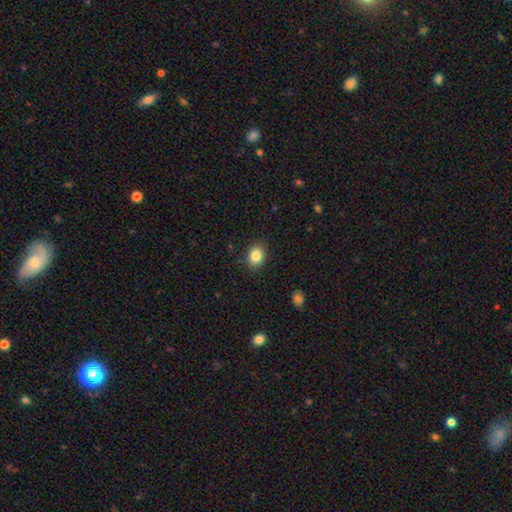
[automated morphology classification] smooth-or-featured: smooth: 85% | star or artifact: 9% | featured or disk: 6%
  how-rounded: in between: 60% | round: 39% | cigar-shaped: 1%
  merging: none: 88% | minor disturbance: 9% | major disturbance: 2% | merger: 1%